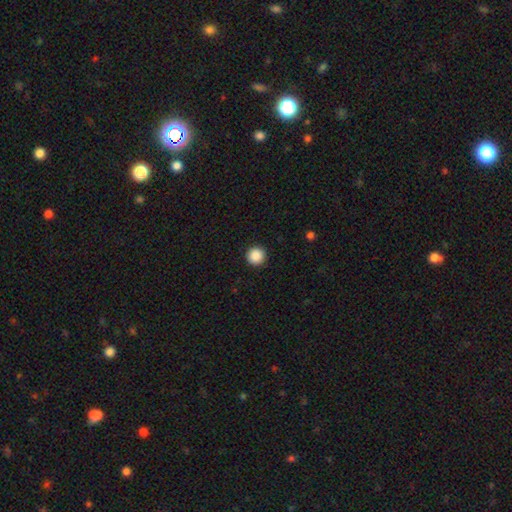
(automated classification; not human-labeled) Q: Smooth or featured?
A: smooth (88%); runner-up: star or artifact (9%)
Q: How rounded?
A: round (97%); runner-up: in between (3%)
Q: Merging?
A: none (93%); runner-up: minor disturbance (4%)